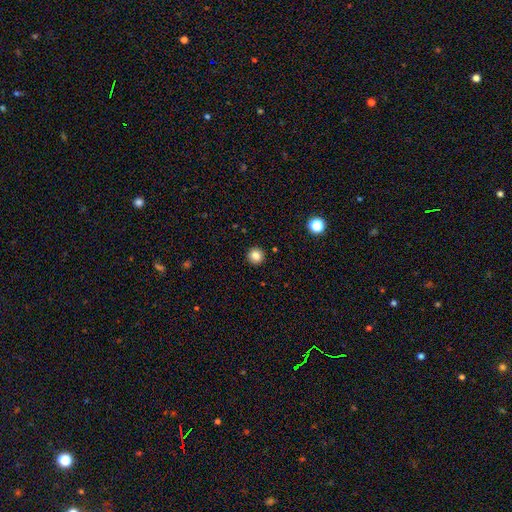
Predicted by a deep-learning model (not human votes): A smooth galaxy with no disk features (83%) that is round (95%). Merging: none (93%).